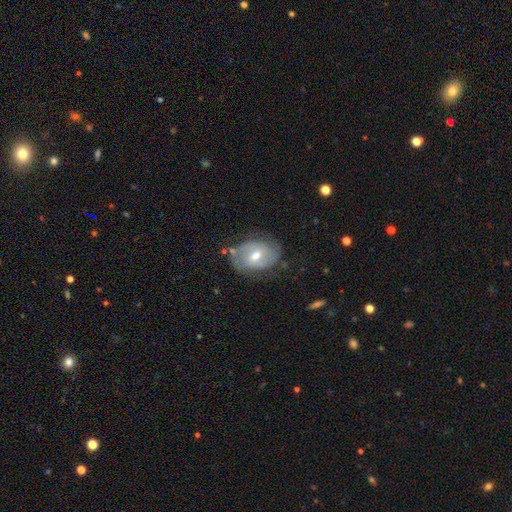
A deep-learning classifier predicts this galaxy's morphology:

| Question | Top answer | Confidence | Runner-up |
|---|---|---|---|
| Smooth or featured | featured or disk | 63% | smooth (30%) |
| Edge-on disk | no | 95% | yes (5%) |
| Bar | weak | 51% | no (32%) |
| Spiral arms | yes | 73% | no (27%) |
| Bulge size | moderate | 71% | small (23%) |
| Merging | none | 66% | minor disturbance (23%) |